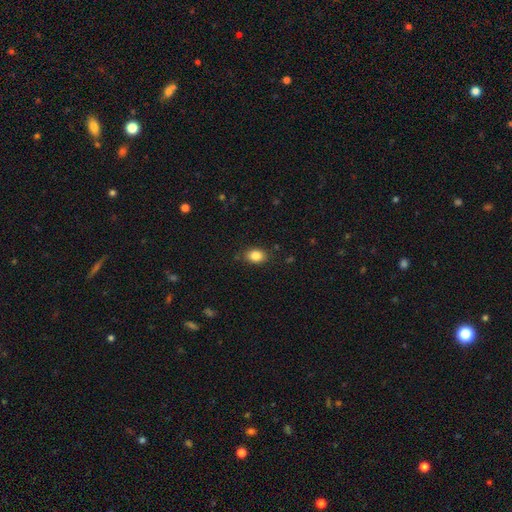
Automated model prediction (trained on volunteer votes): This is clearly a smooth galaxy (85%). How rounded: likely in between (74%). Merging: clearly none (83%).